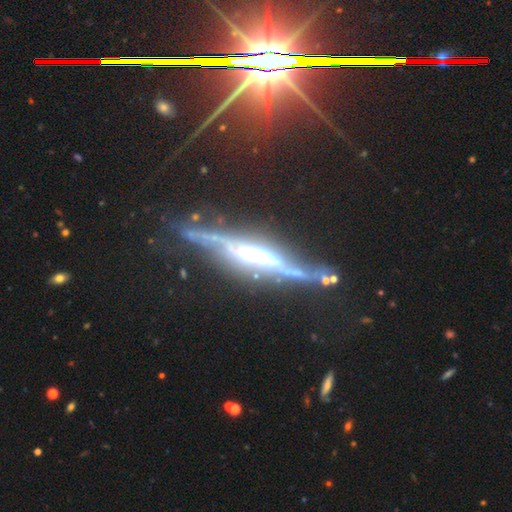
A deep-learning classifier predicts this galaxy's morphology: smooth-or-featured: featured or disk: 81% | star or artifact: 10% | smooth: 9%
  disk-edge-on: yes: 77% | no: 23%
    edge-on-bulge: boxy: 47% | rounded: 31% | none: 22%
  merging: none: 50% | minor disturbance: 24% | major disturbance: 19% | merger: 7%